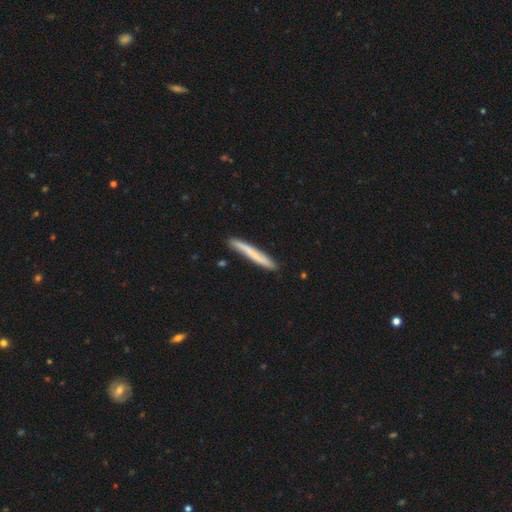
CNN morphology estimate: smooth_or_featured: smooth (p=0.64) [alt: featured or disk p=0.30]
how_rounded: cigar-shaped (p=0.97) [alt: in between p=0.02]
merging: none (p=0.84) [alt: minor disturbance p=0.12]